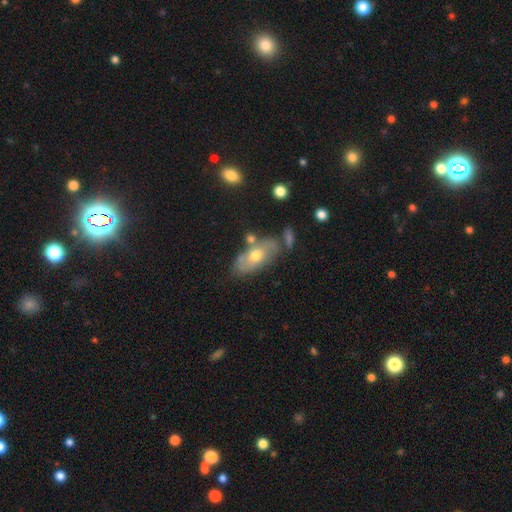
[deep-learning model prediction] Smooth or featured? smooth (46%, tied with featured or disk)
Merging? none (62%)